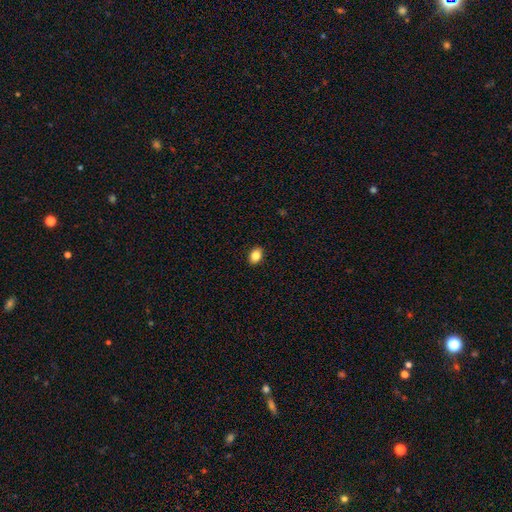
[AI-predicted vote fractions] Smooth or featured?
  - smooth: 84% *
  - star or artifact: 9%
  - featured or disk: 7%
How rounded?
  - in between: 74% *
  - round: 25%
  - cigar-shaped: 1%
Merging?
  - none: 89% *
  - minor disturbance: 8%
  - major disturbance: 2%
  - merger: 1%